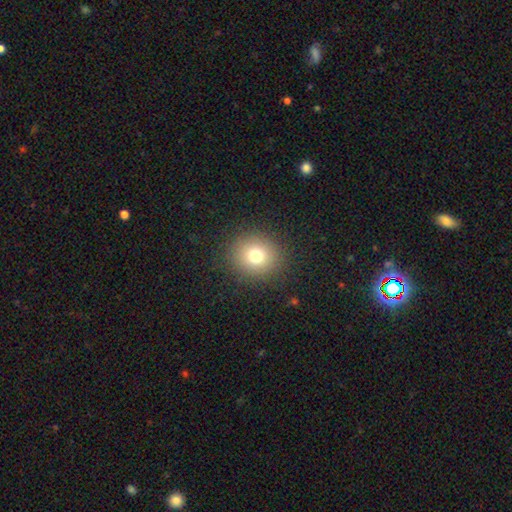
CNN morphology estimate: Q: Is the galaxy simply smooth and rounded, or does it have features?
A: smooth — 76%.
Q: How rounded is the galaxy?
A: round — 84%.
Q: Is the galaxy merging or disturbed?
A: none — 89%.